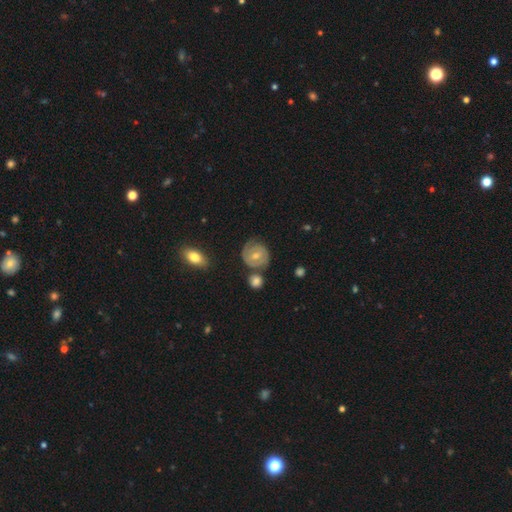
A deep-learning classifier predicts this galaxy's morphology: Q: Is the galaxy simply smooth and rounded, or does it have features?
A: featured or disk — 61%.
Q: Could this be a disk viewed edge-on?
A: no — 97%.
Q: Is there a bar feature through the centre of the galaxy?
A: no — 48%.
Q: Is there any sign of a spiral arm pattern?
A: yes — 85%.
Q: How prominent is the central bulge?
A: moderate — 55%.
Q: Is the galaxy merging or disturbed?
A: none — 66%.